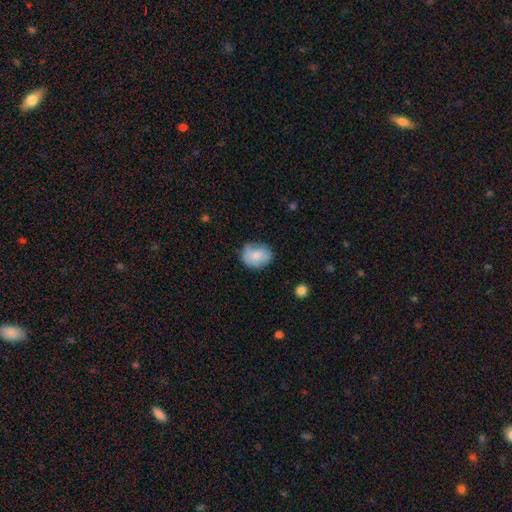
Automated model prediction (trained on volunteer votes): This appears to be a smooth galaxy with no disk features (76%) that is round (54%). Merging: none (69%).